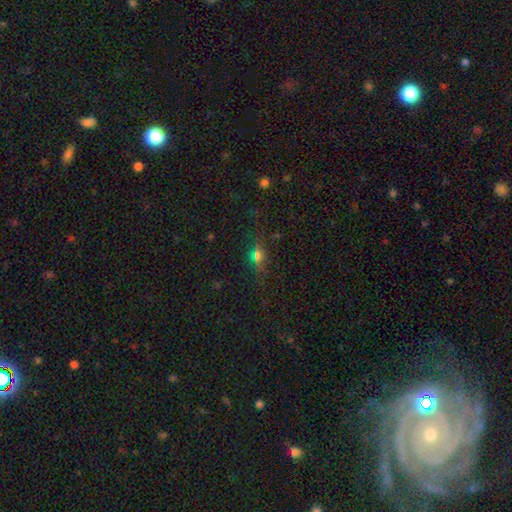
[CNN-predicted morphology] Smooth or featured: smooth — 51% (star or artifact — 33%)
How rounded: in between — 61% (round — 29%)
Merging: none — 78% (minor disturbance — 13%)